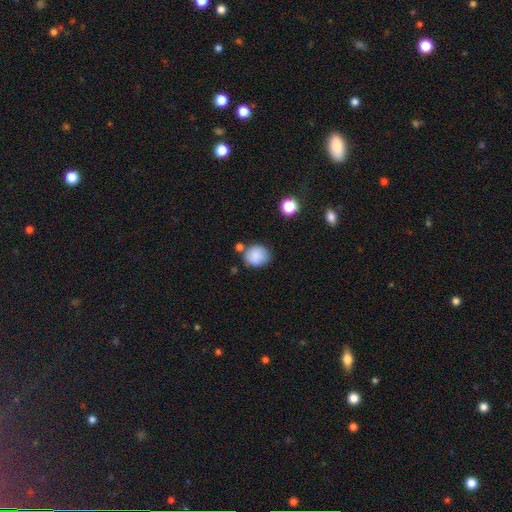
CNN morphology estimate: This is clearly a smooth galaxy (85%). How rounded: likely round (74%). Merging: likely none (68%).